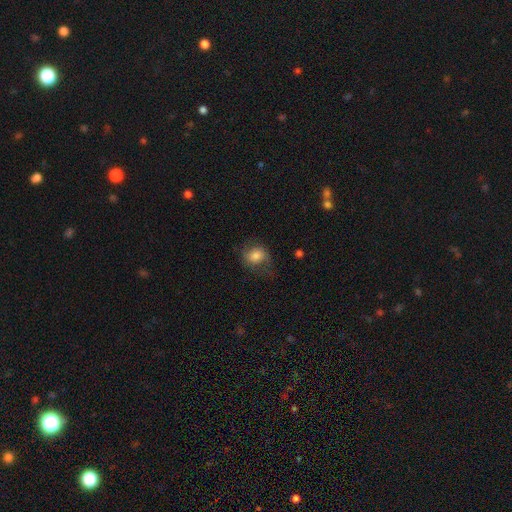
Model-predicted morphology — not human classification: smooth_or_featured: smooth (p=0.68) [alt: featured or disk p=0.23]
how_rounded: round (p=0.58) [alt: in between p=0.41]
merging: none (p=0.55) [alt: minor disturbance p=0.25]